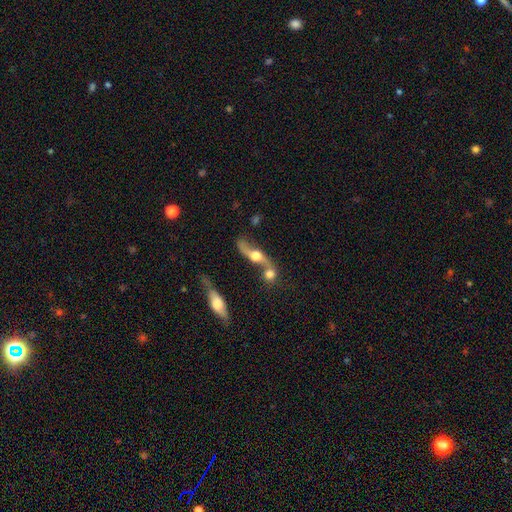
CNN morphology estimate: This appears to be a featured or disk galaxy (65%). Merging: merger (50%).